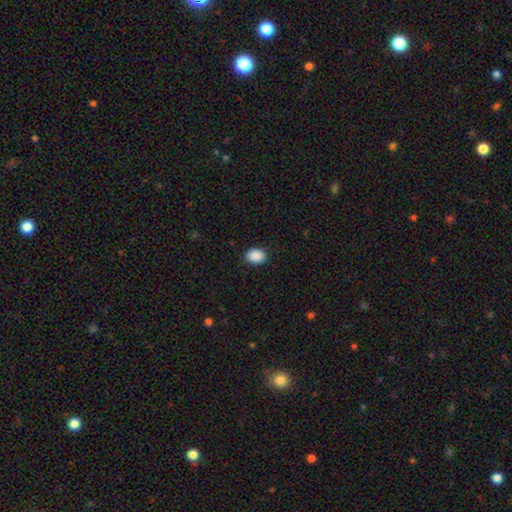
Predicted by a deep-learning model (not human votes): Smooth or featured? smooth (90%)
How rounded? in between (67%)
Merging? none (89%)